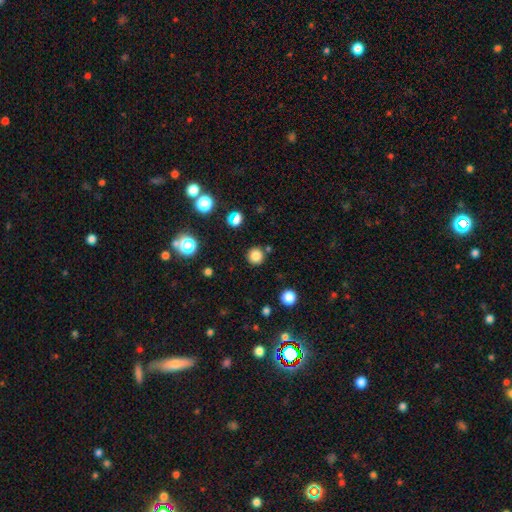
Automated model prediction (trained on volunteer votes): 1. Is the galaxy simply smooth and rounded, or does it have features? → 82% smooth, 14% star or artifact, 4% featured or disk.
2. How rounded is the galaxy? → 95% round, 4% in between, 1% cigar-shaped.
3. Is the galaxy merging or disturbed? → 87% none, 7% minor disturbance, 4% merger, 2% major disturbance.